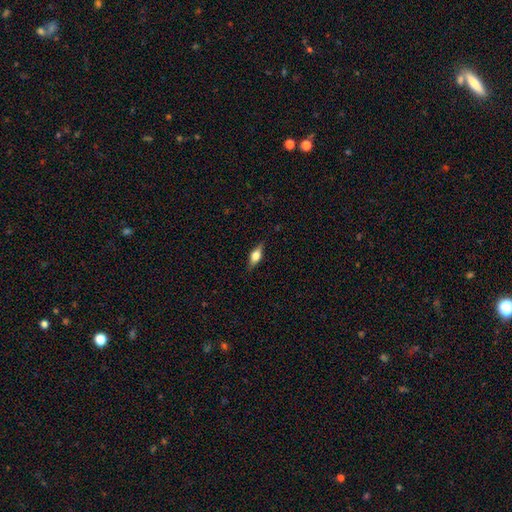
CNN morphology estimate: The model was most divided on "smooth or featured": smooth: 49%, featured or disk: 43%, star or artifact: 8%. More confident: merging — none (83%).